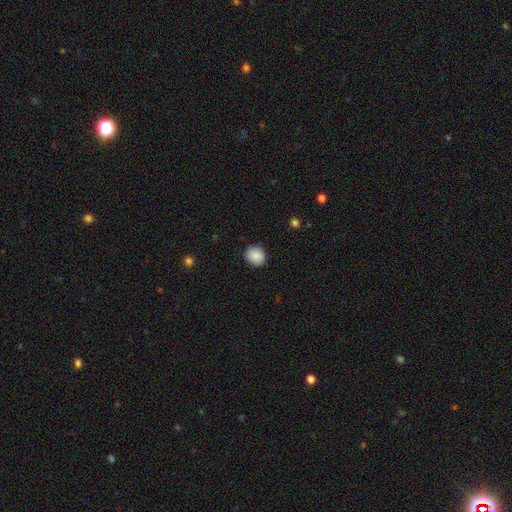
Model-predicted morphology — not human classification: A smooth galaxy with no disk features (89%) that is round (82%). Merging: none (89%).